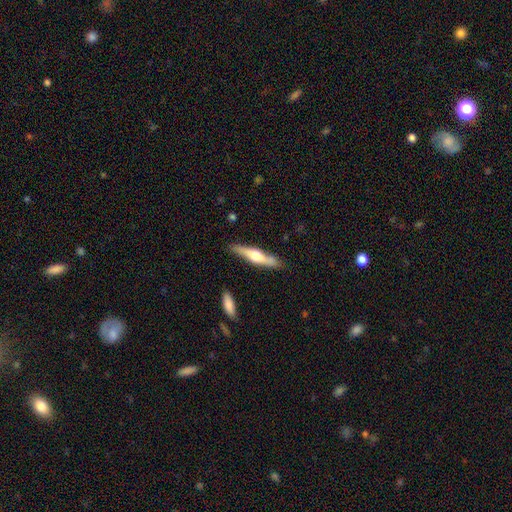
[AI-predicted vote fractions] Morphology: type=featured or disk (57%); edge-on=yes (94%); edge-on bulge=rounded (90%); merging=none (85%).